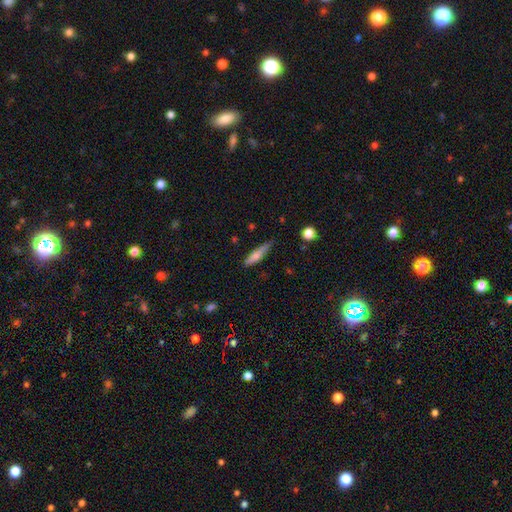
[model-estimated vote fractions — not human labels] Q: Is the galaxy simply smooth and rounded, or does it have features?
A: smooth — 64%.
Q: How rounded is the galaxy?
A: cigar-shaped — 79%.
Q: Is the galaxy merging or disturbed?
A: none — 67%.